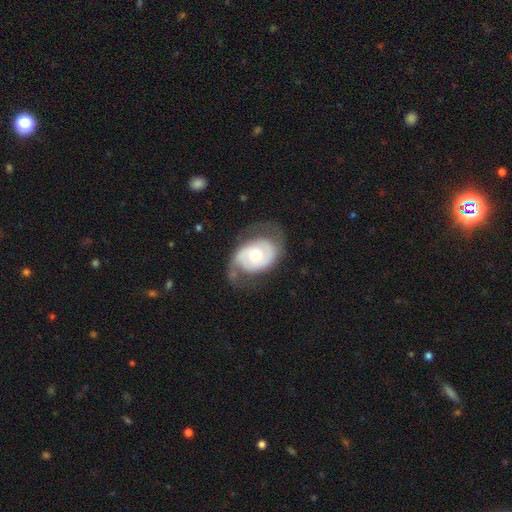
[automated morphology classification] The model was most divided on "spiral winding": medium: 41%, tight: 31%, loose: 29%. More confident: edge-on disk — no (96%); spiral arm count — 2 (79%); spiral arms — yes (79%); smooth or featured — featured or disk (73%); bulge size — moderate (71%); bar — no (68%); merging — none (59%).